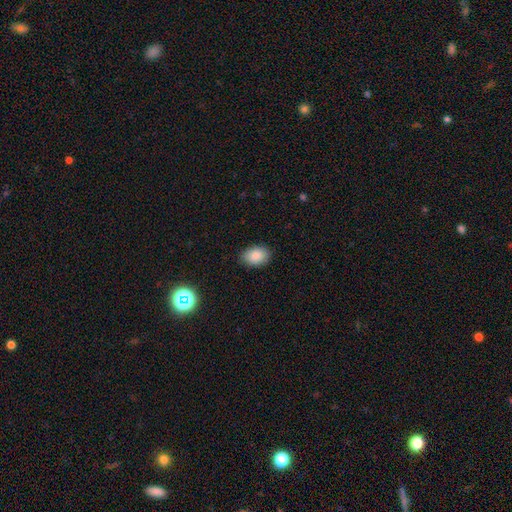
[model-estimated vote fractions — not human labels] Smooth or featured: smooth — 86% (star or artifact — 9%)
How rounded: in between — 82% (round — 17%)
Merging: none — 86% (minor disturbance — 10%)